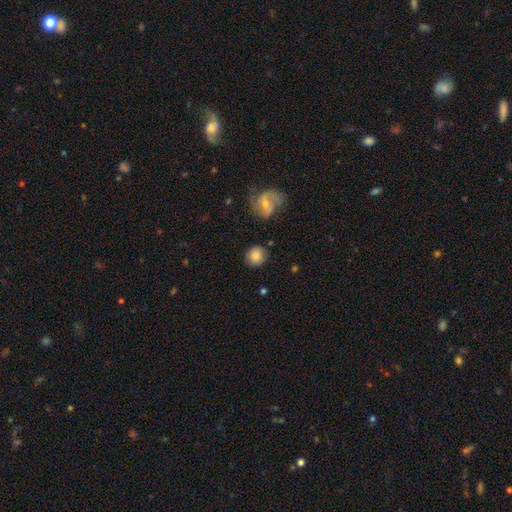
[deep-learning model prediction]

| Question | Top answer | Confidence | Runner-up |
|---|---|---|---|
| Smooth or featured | smooth | 83% | featured or disk (9%) |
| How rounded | round | 86% | in between (13%) |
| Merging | none | 82% | minor disturbance (11%) |